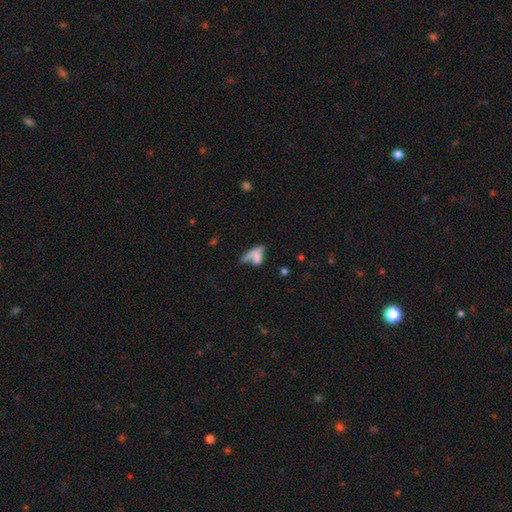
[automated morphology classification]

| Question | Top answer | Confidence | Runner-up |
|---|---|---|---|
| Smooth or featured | smooth | 65% | featured or disk (23%) |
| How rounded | in between | 71% | cigar-shaped (20%) |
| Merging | merger | 34% | none (26%) |